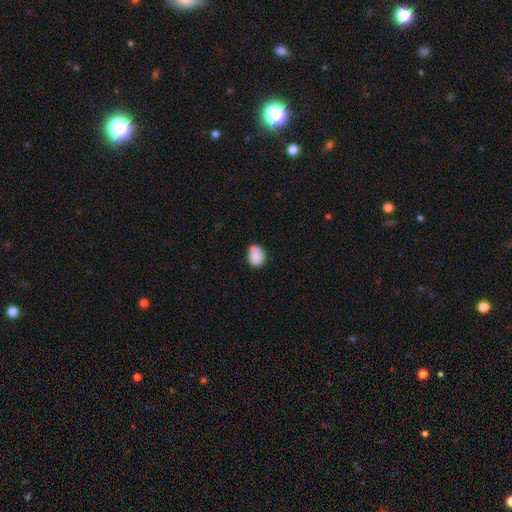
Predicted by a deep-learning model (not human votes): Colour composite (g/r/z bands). It shows a smooth galaxy with no disk features (87%) that is in between round and cigar-shaped (58%). Merging: none (71%).